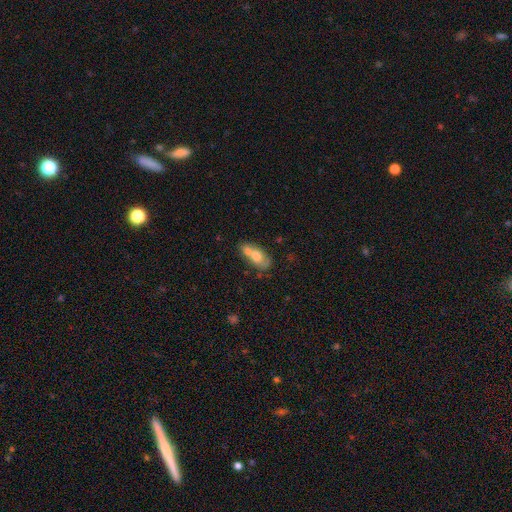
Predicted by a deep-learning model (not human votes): Morphology: type=smooth (64%); roundness=in between (79%); merging=merger (50%).